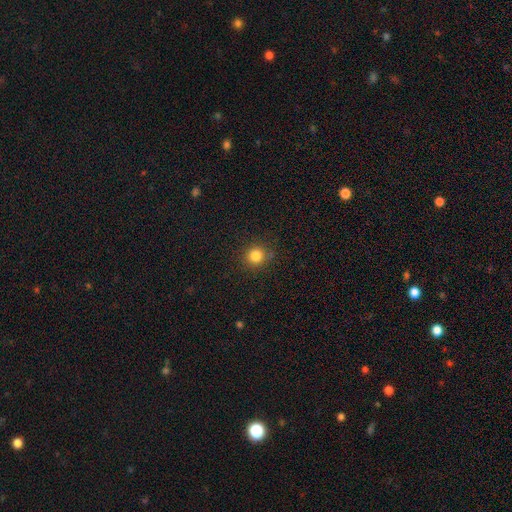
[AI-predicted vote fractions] The model was most divided on "smooth or featured": smooth: 83%, star or artifact: 12%, featured or disk: 5%. More confident: how rounded — round (91%); merging — none (86%).